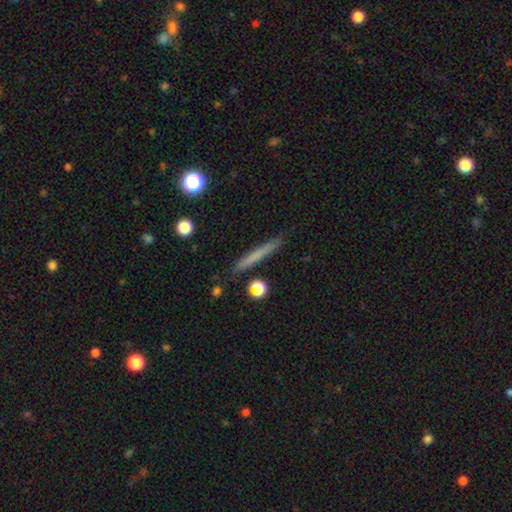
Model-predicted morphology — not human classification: A smooth galaxy with no disk features (63%) that is cigar-shaped (95%).

Vote fractions:
- Smooth or featured? smooth: 63% / featured or disk: 30% / star or artifact: 7%
- How rounded? cigar-shaped: 95% / in between: 3% / round: 2%
- Merging? none: 88% / minor disturbance: 8% / merger: 2% / major disturbance: 2%